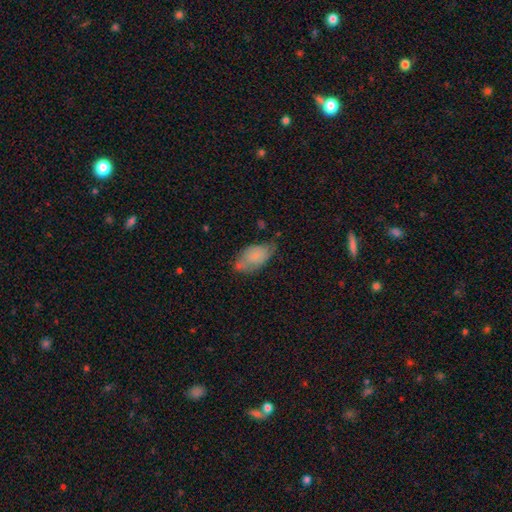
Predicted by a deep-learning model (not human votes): This is likely a smooth galaxy (69%). How rounded: clearly in between (92%). Merging: possibly none (49%).